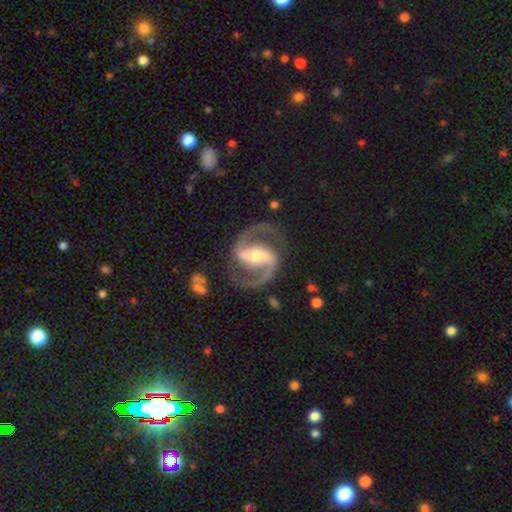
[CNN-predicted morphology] smooth_or_featured: featured or disk (p=0.93) [alt: star or artifact p=0.04]
disk_edge_on: no (p=0.98) [alt: yes p=0.02]
bar: strong (p=0.64) [alt: weak p=0.27]
has_spiral_arms: yes (p=0.98) [alt: no p=0.02]
spiral_winding: medium (p=0.66) [alt: tight p=0.21]
spiral_arm_count: 2 (p=0.95) [alt: can't tell p=0.01]
bulge_size: moderate (p=0.57) [alt: small p=0.34]
merging: none (p=0.84) [alt: minor disturbance p=0.10]